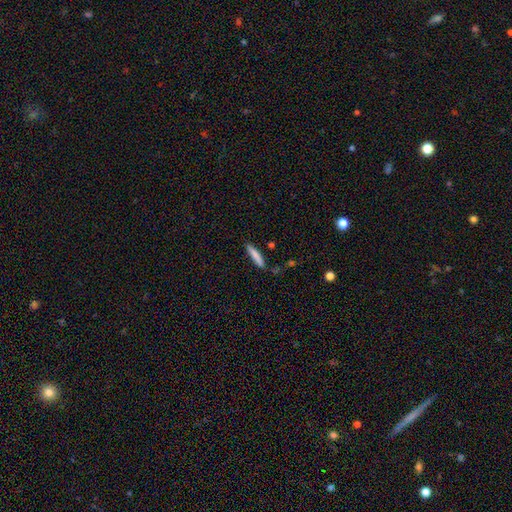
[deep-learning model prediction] This appears to be a smooth galaxy with no disk features (82%) that is cigar-shaped (88%). Merging: none (84%).